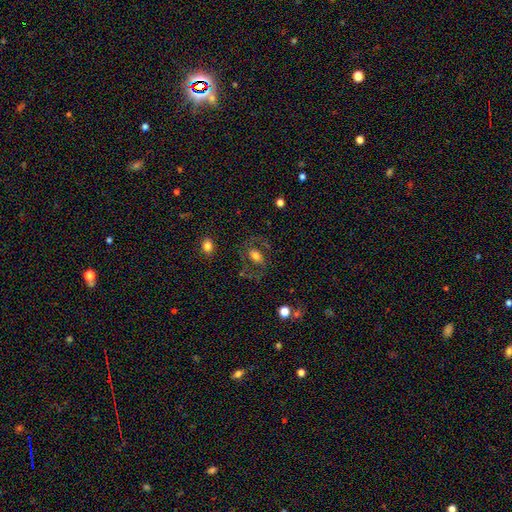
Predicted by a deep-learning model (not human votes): Morphology: type=smooth (46%); merging=none (68%).